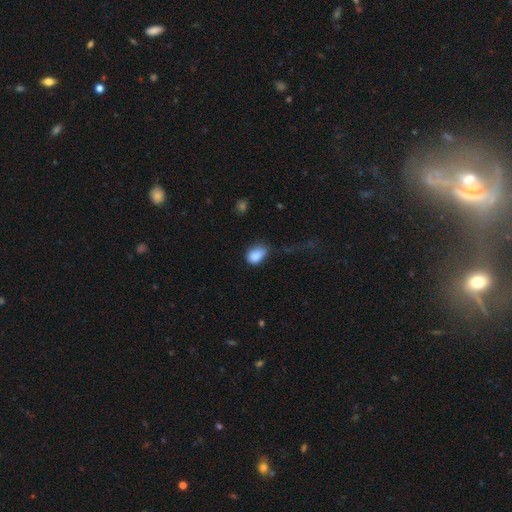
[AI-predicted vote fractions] smooth-or-featured: smooth: 85% | star or artifact: 9% | featured or disk: 6%
  how-rounded: in between: 78% | round: 21% | cigar-shaped: 1%
  merging: none: 44% | minor disturbance: 34% | major disturbance: 18% | merger: 4%